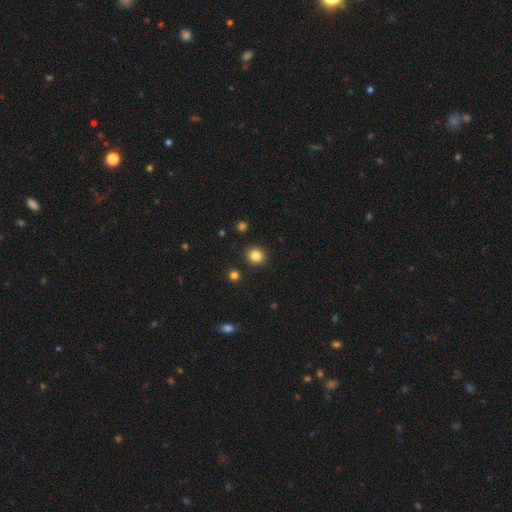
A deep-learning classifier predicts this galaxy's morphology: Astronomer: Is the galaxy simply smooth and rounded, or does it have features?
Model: smooth — 84%.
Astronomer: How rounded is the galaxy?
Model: round — 82%.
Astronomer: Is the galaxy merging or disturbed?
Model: none — 90%.